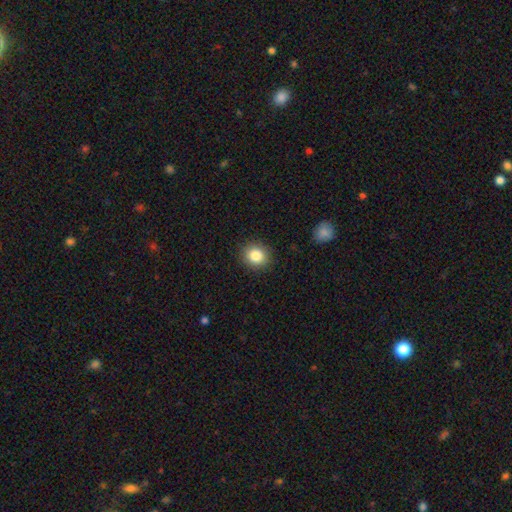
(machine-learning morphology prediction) Overall: smooth (84%). How rounded: round (80%). Merging: none (90%).